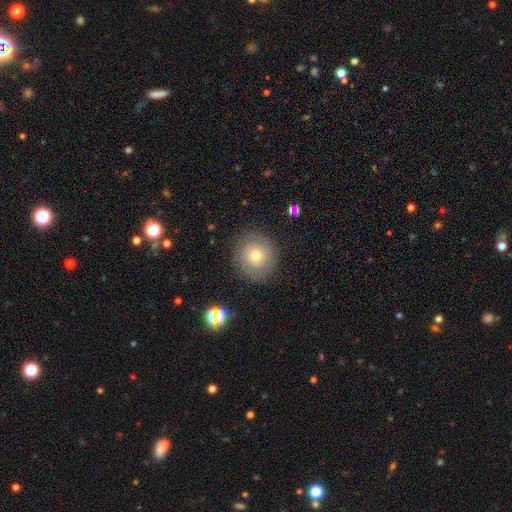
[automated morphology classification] Smooth or featured: smooth — 50% (featured or disk — 37%)
How rounded: round — 91% (in between — 8%)
Merging: none — 85% (minor disturbance — 10%)